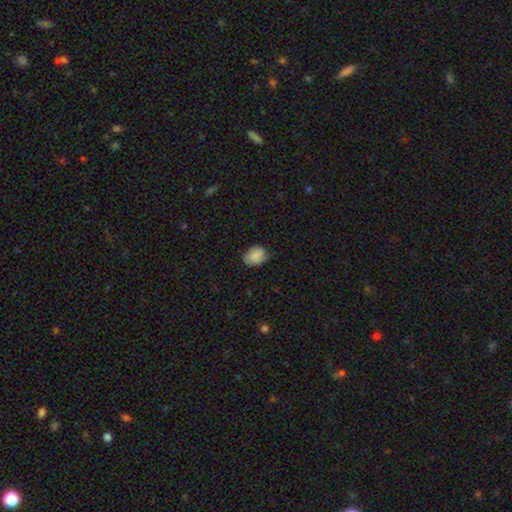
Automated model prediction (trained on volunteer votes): smooth-or-featured: smooth: 81% | featured or disk: 11% | star or artifact: 8%
  how-rounded: in between: 67% | round: 32% | cigar-shaped: 1%
  merging: none: 60% | minor disturbance: 32% | major disturbance: 8% | merger: 1%